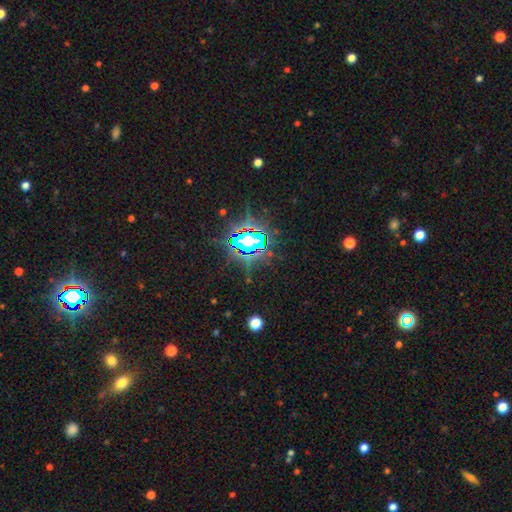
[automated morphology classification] Q: Smooth or featured?
A: star or artifact (82%); runner-up: smooth (10%)